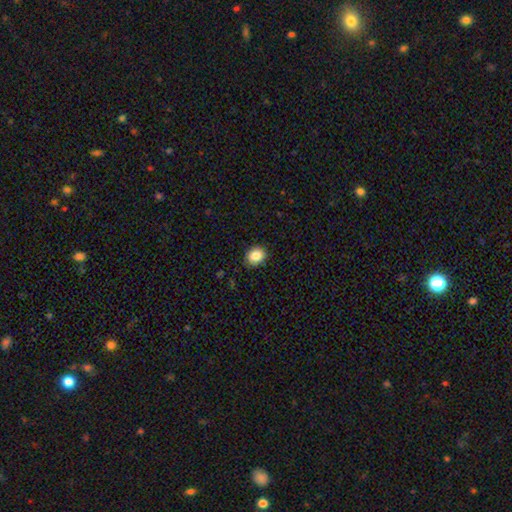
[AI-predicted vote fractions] Q: Smooth or featured?
A: smooth (86%); runner-up: star or artifact (9%)
Q: How rounded?
A: round (60%); runner-up: in between (39%)
Q: Merging?
A: none (90%); runner-up: minor disturbance (8%)